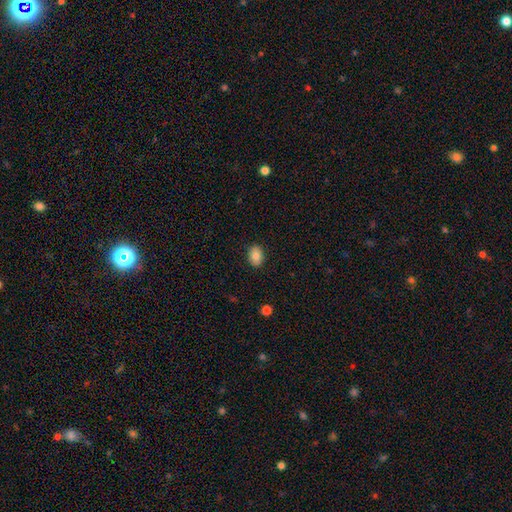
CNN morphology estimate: type=smooth (84%); roundness=in between (72%); merging=none (89%).